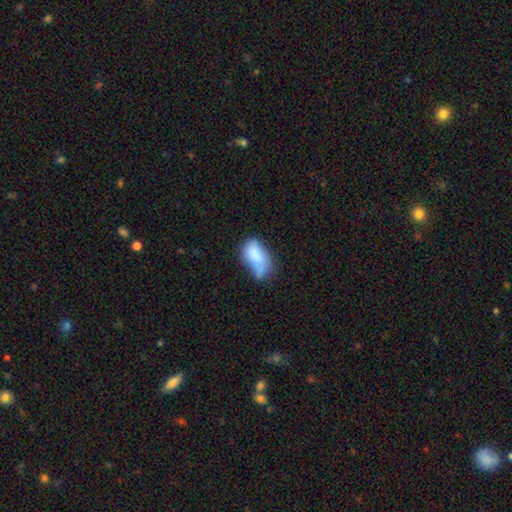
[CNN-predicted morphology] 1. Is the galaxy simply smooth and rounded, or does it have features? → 76% smooth, 15% featured or disk, 9% star or artifact.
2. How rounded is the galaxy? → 92% in between, 6% round, 3% cigar-shaped.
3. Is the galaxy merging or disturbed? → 34% minor disturbance, 27% none, 21% major disturbance, 19% merger.